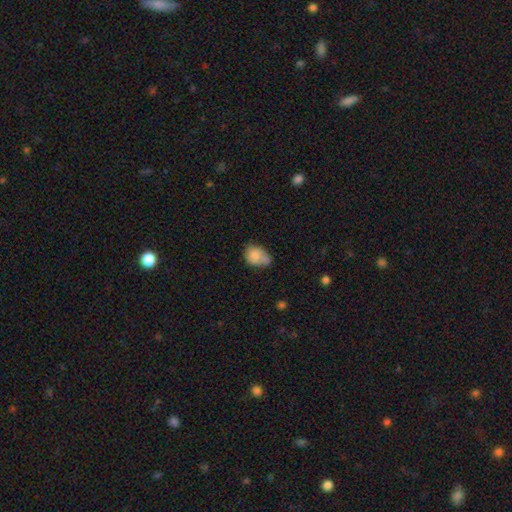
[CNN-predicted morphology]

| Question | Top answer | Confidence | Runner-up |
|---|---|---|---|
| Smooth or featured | smooth | 77% | featured or disk (14%) |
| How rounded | in between | 63% | round (36%) |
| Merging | none | 37% | minor disturbance (33%) |